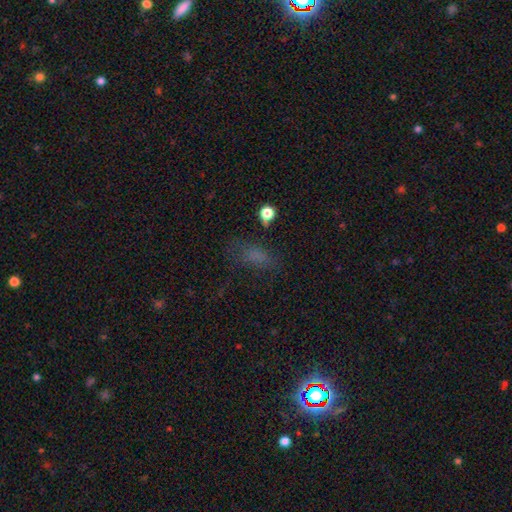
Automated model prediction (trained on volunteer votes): This is likely a smooth galaxy (62%). How rounded: likely in between (77%). Merging: possibly none (58%).